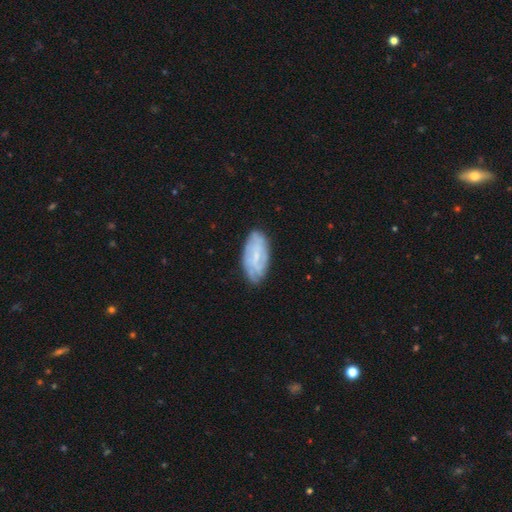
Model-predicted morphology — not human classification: smooth-or-featured: featured or disk: 56% | smooth: 37% | star or artifact: 7%
  disk-edge-on: no: 92% | yes: 8%
    bar: weak: 45% | no: 40% | strong: 15%
    has-spiral-arms: yes: 74% | no: 26%
    bulge-size: small: 60% | moderate: 21% | none: 17% | large: 2% | dominant: 1%
  merging: none: 74% | minor disturbance: 20% | major disturbance: 5% | merger: 1%